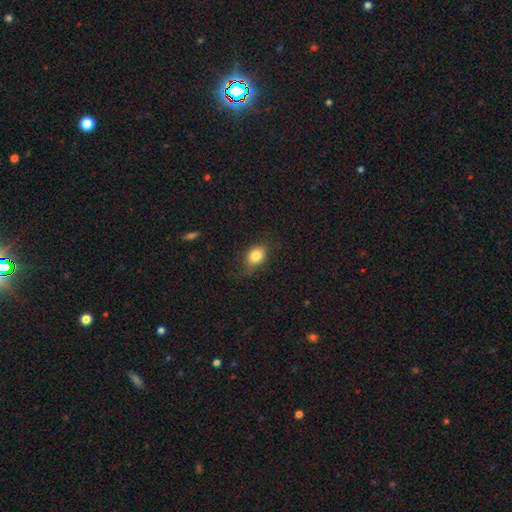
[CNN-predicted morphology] smooth 81%, featured or disk 9%, star or artifact 9%. Down the decision tree: how rounded — in between (72%); merging — none (69%).